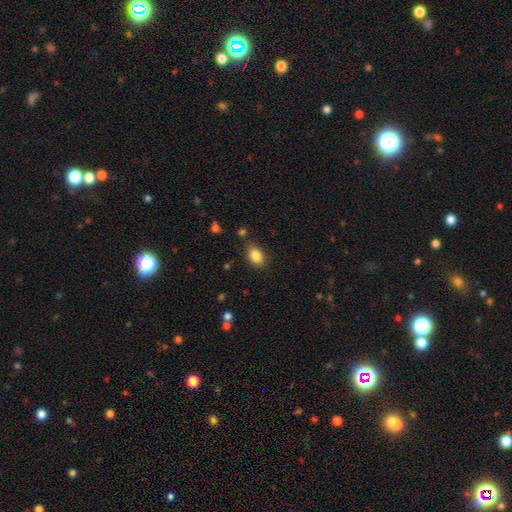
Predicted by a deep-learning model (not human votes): Smooth or featured: smooth — 86% (star or artifact — 8%)
How rounded: in between — 83% (round — 15%)
Merging: none — 83% (minor disturbance — 12%)